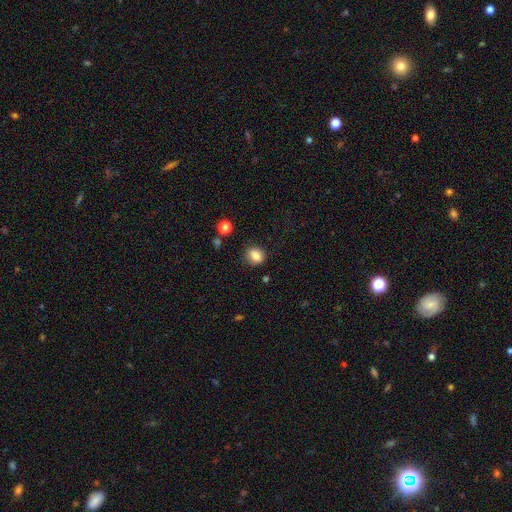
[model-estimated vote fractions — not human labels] Overall: smooth (83%). How rounded: round (67%; in between 32%). Merging: none (81%).